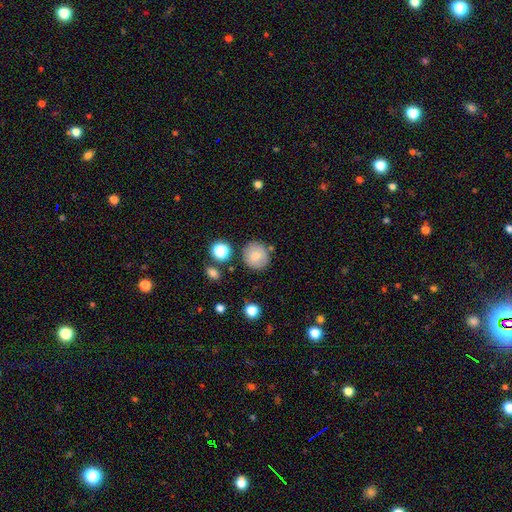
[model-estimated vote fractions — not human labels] Smooth or featured: smooth — 78% (featured or disk — 12%)
How rounded: round — 90% (in between — 9%)
Merging: none — 83% (minor disturbance — 10%)